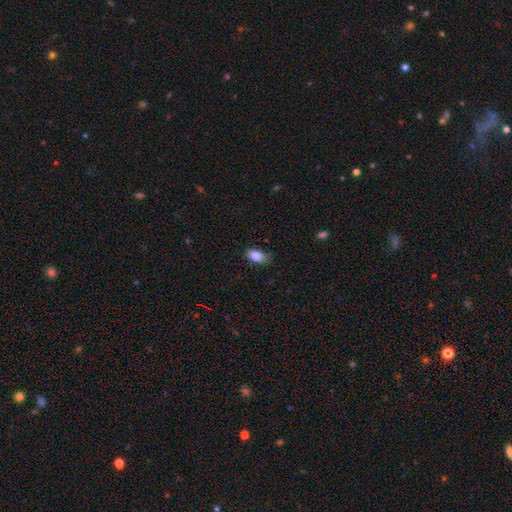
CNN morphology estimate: type=smooth (86%); roundness=in between (90%); merging=none (75%).